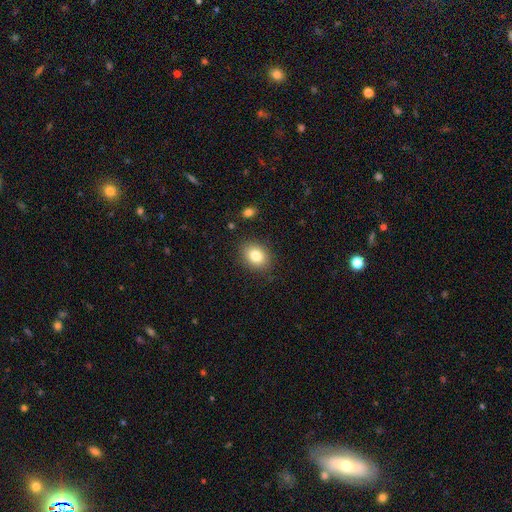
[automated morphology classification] A smooth galaxy with no disk features (82%) that is in between round and cigar-shaped (60%). Merging: none (86%).